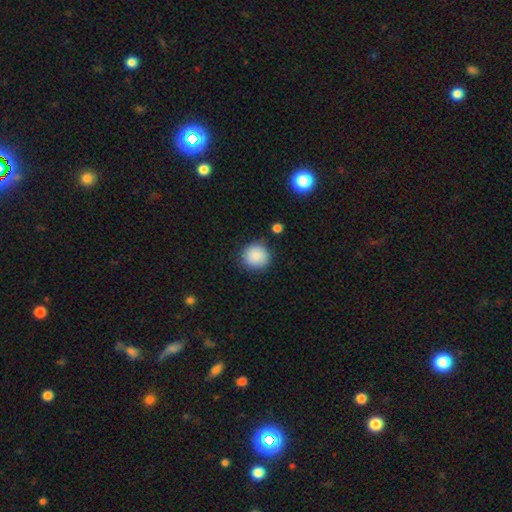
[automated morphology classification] The model was most divided on "merging": none: 85%, minor disturbance: 10%, major disturbance: 3%, merger: 2%. More confident: how rounded — round (90%); smooth or featured — smooth (88%).